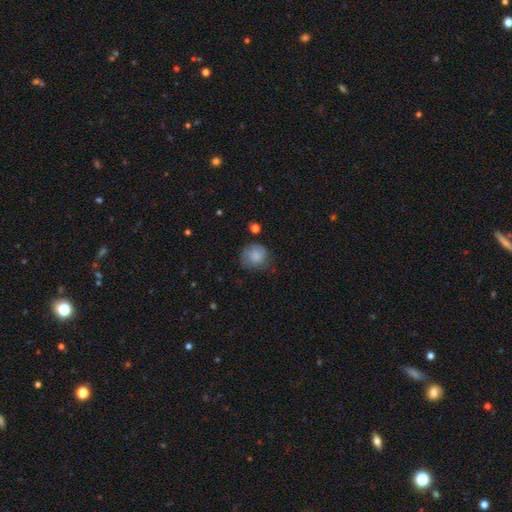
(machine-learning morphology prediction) type=smooth (82%); roundness=round (84%); merging=none (64%).